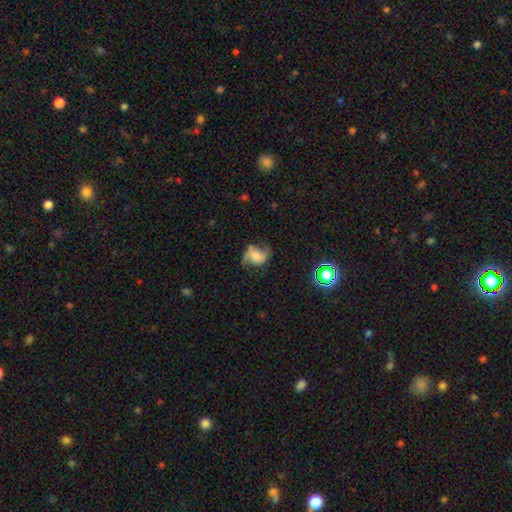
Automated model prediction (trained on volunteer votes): featured or disk 65%, smooth 24%, star or artifact 10%. Down the decision tree: edge-on disk — no (97%); bar — no (53%); spiral arms — yes (91%); spiral arm count — 2 (89%); spiral winding — loose (62%); bulge size — small (27%); merging — none (61%).